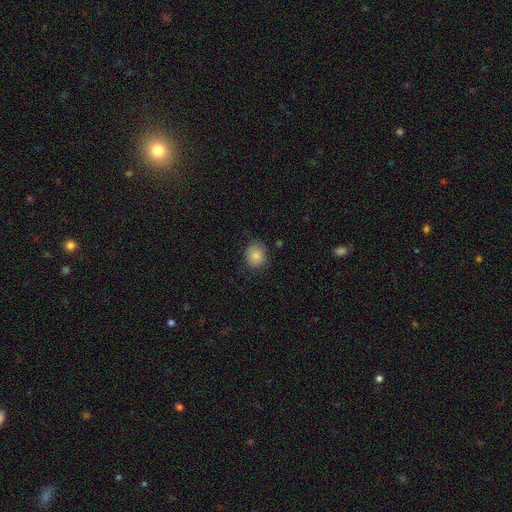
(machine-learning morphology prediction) Smooth or featured?
  - smooth: 83% *
  - featured or disk: 9%
  - star or artifact: 8%
How rounded?
  - round: 76% *
  - in between: 23%
  - cigar-shaped: 1%
Merging?
  - none: 71% *
  - minor disturbance: 23%
  - major disturbance: 5%
  - merger: 1%